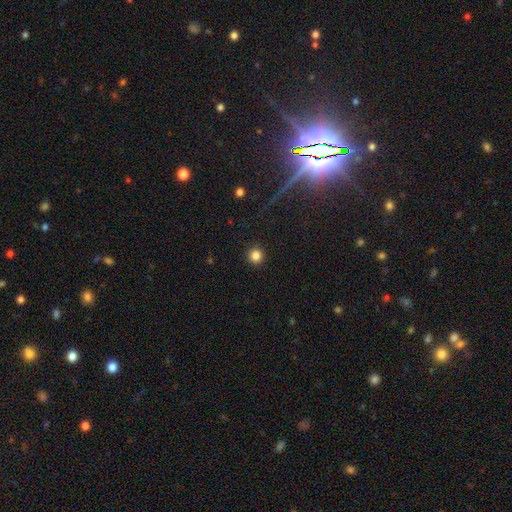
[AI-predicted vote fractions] A smooth galaxy with no disk features (83%) that is round (95%). Merging: none (93%).